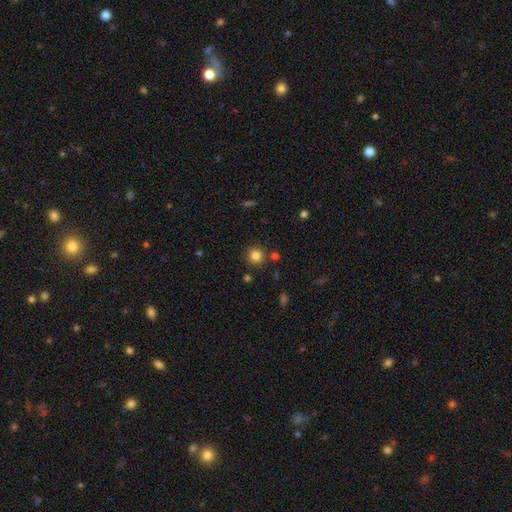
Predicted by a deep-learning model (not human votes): Smooth or featured?
  - smooth: 82% *
  - star or artifact: 13%
  - featured or disk: 5%
How rounded?
  - round: 93% *
  - in between: 6%
  - cigar-shaped: 1%
Merging?
  - none: 85% *
  - minor disturbance: 8%
  - merger: 5%
  - major disturbance: 3%